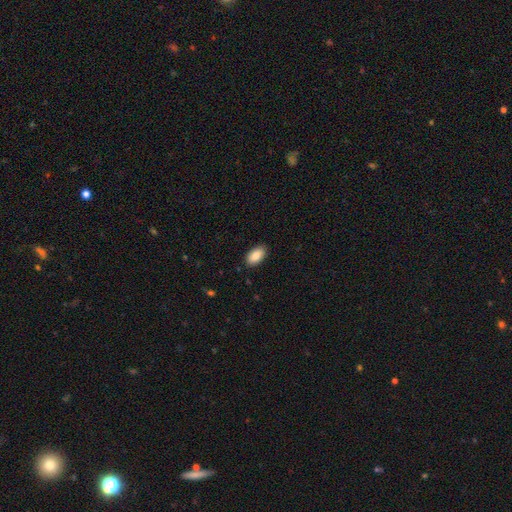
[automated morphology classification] Smooth or featured? smooth (86%)
How rounded? in between (94%)
Merging? none (88%)